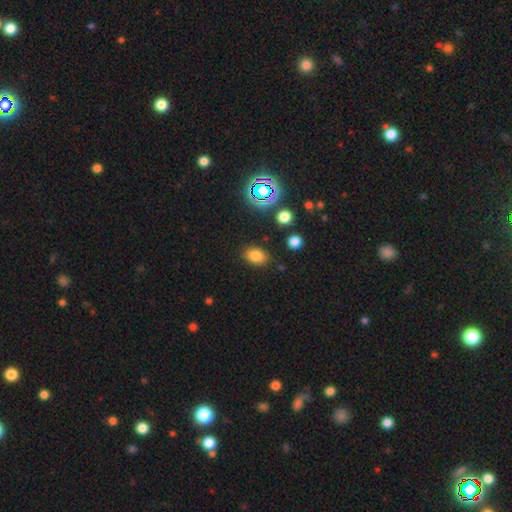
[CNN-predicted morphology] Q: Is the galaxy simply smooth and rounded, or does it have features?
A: smooth — 77%.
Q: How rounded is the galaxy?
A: in between — 81%.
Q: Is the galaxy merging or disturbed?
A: none — 84%.